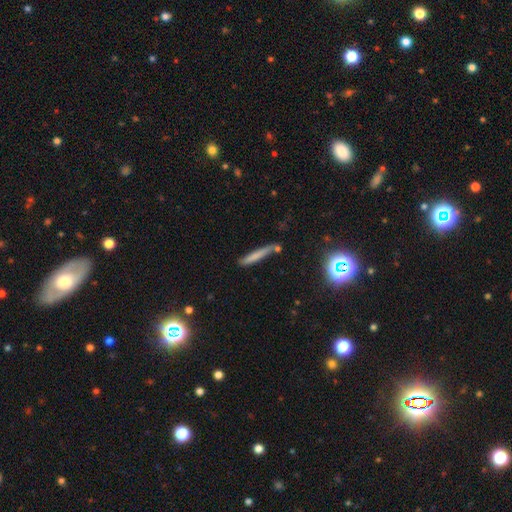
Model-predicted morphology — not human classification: Smooth or featured: smooth — 70% (featured or disk — 20%)
How rounded: cigar-shaped — 94% (in between — 5%)
Merging: none — 68% (minor disturbance — 18%)